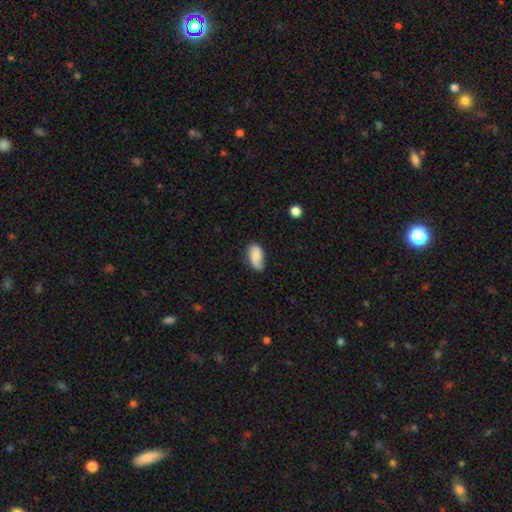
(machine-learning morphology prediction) Q: Smooth or featured?
A: smooth (74%); runner-up: featured or disk (19%)
Q: How rounded?
A: in between (93%); runner-up: round (4%)
Q: Merging?
A: none (63%); runner-up: minor disturbance (29%)